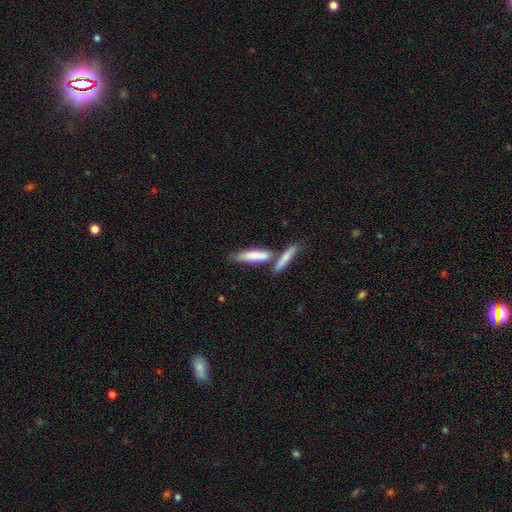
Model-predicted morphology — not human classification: Smooth or featured: smooth — 71% (featured or disk — 24%)
How rounded: cigar-shaped — 66% (in between — 32%)
Merging: none — 45% (merger — 39%)